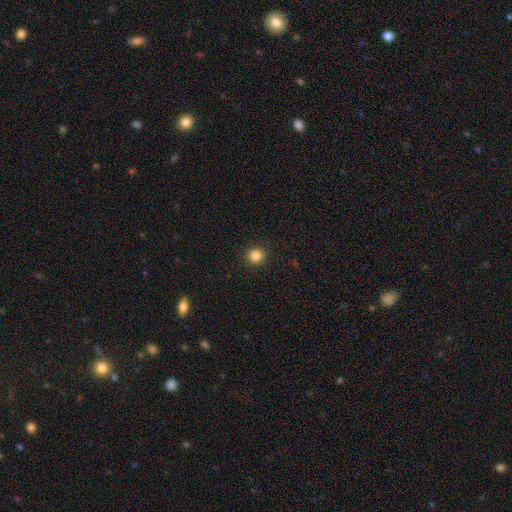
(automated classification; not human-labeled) Morphology: type=smooth (84%); roundness=round (92%); merging=none (92%).